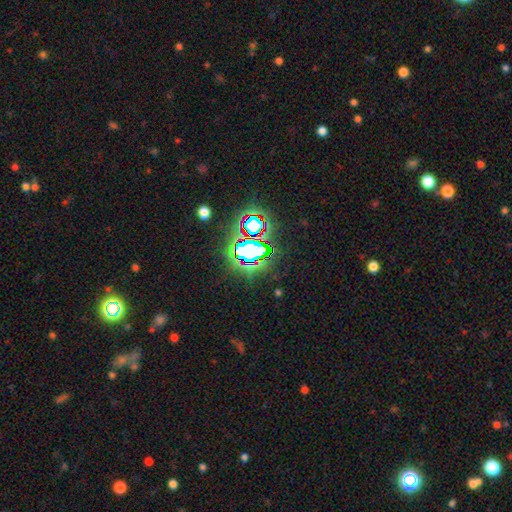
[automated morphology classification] type=star or artifact (77%).